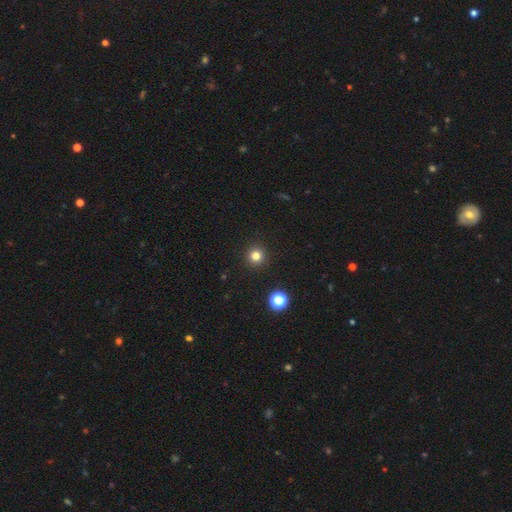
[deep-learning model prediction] The model was most divided on "smooth or featured": smooth: 79%, star or artifact: 15%, featured or disk: 6%. More confident: how rounded — round (95%); merging — none (93%).